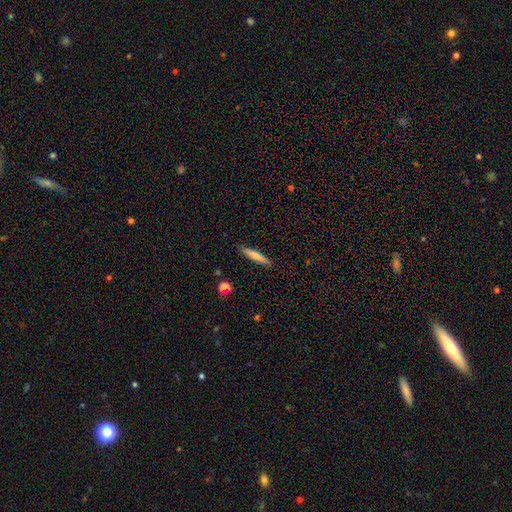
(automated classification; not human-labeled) This is likely a smooth galaxy (66%). How rounded: clearly cigar-shaped (90%). Merging: clearly none (88%).